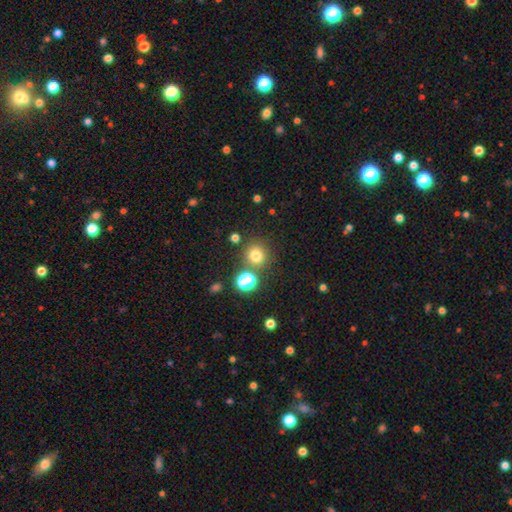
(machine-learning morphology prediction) smooth 74%, star or artifact 19%, featured or disk 7%. Down the decision tree: how rounded — round (89%); merging — none (79%).